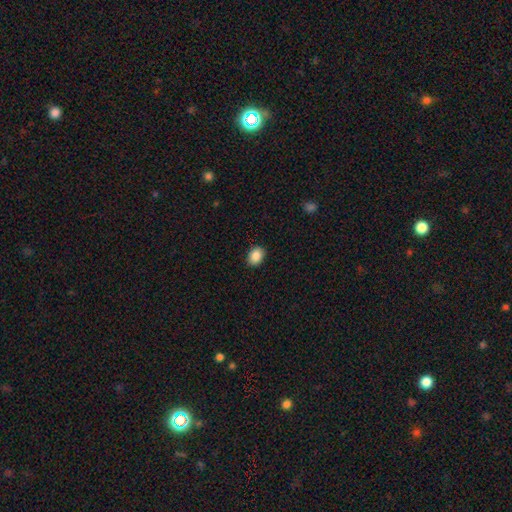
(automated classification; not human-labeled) A smooth galaxy with no disk features (89%) that is in between round and cigar-shaped (73%).

Vote fractions:
- Smooth or featured? smooth: 89% / star or artifact: 8% / featured or disk: 3%
- How rounded? in between: 73% / round: 26% / cigar-shaped: 1%
- Merging? none: 88% / minor disturbance: 9% / major disturbance: 2% / merger: 1%